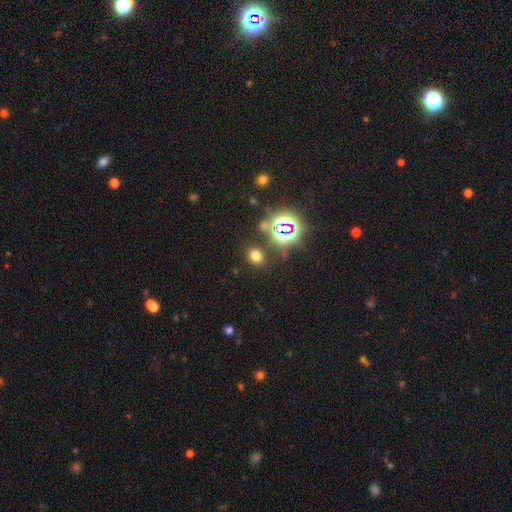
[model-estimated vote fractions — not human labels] smooth-or-featured: smooth: 66% | star or artifact: 28% | featured or disk: 7%
  how-rounded: round: 60% | in between: 39% | cigar-shaped: 1%
  merging: none: 84% | minor disturbance: 8% | merger: 4% | major disturbance: 4%